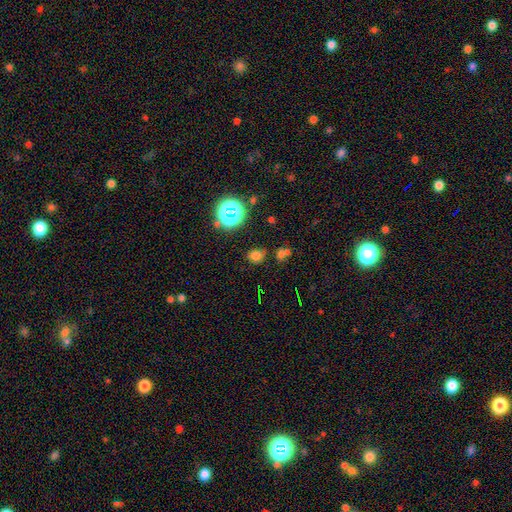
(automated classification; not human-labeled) smooth 66%, star or artifact 27%, featured or disk 6%. Down the decision tree: how rounded — round (58%); merging — none (74%).